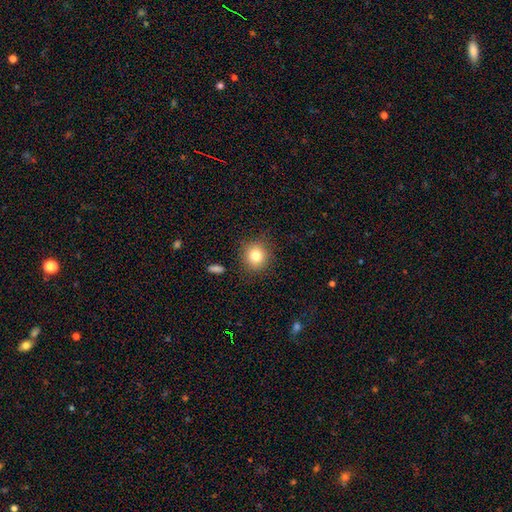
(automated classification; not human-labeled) This is clearly a smooth galaxy (81%). How rounded: clearly round (88%). Merging: clearly none (87%).